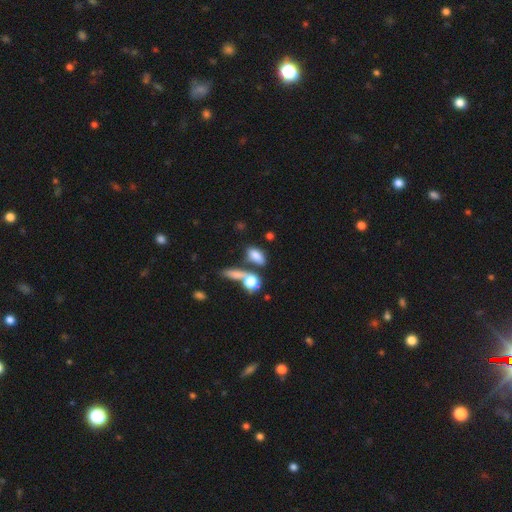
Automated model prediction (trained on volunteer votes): A smooth galaxy with no disk features (78%) that is in between round and cigar-shaped (74%). Merging: none (56%).